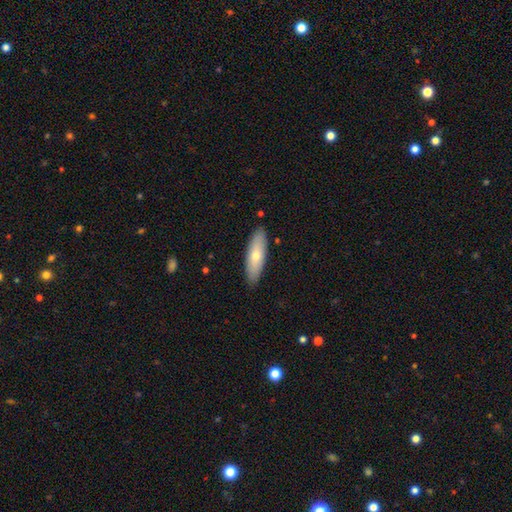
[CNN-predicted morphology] smooth 65%, featured or disk 29%, star or artifact 6%. Down the decision tree: how rounded — in between (51%); merging — none (88%).